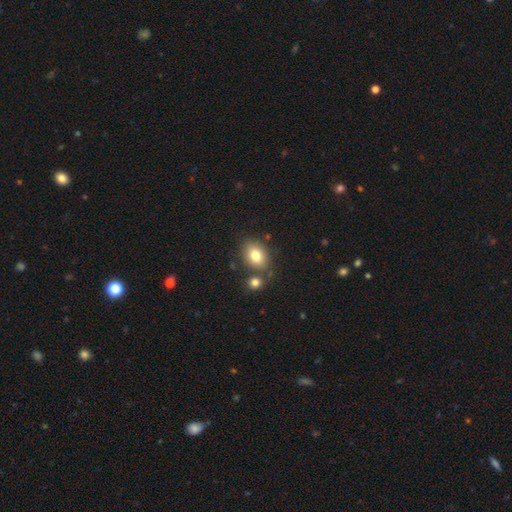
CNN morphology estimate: type=smooth (79%); roundness=in between (65%); merging=none (69%).